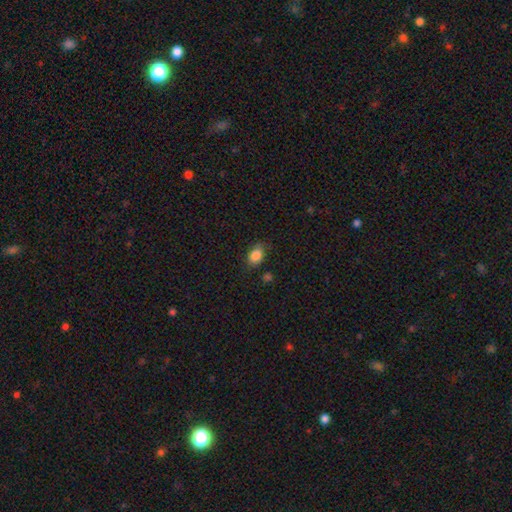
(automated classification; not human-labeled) Smooth or featured: smooth — 86% (star or artifact — 9%)
How rounded: in between — 82% (round — 17%)
Merging: none — 75% (minor disturbance — 18%)